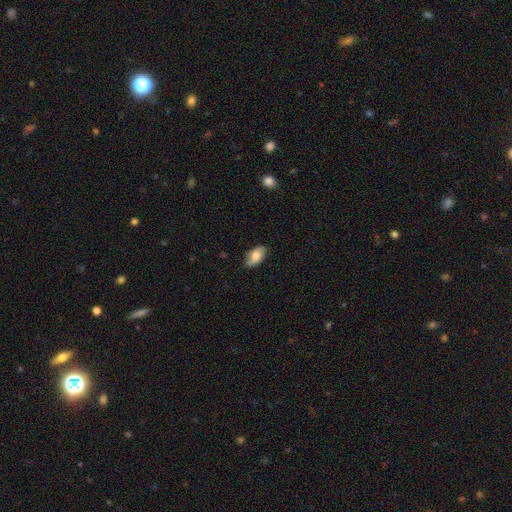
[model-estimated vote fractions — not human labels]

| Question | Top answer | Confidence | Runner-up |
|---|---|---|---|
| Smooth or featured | smooth | 72% | featured or disk (21%) |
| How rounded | in between | 93% | round (4%) |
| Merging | none | 77% | minor disturbance (19%) |